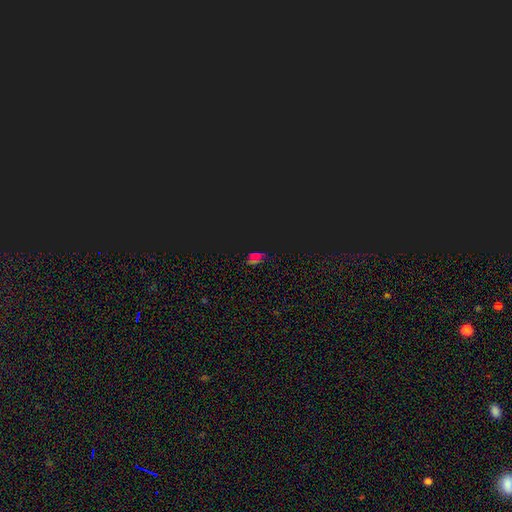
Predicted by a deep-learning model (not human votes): Smooth or featured? star or artifact (66%)